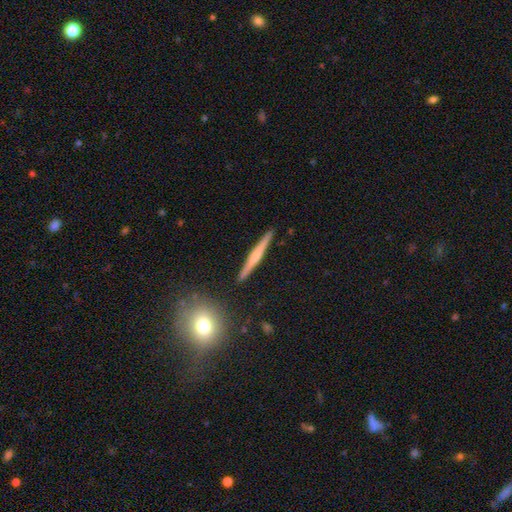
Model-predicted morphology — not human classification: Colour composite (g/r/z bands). It shows a featured or disk galaxy (60%) viewed edge-on (98%) with a rounded central bulge (53%). Merging: none (91%).